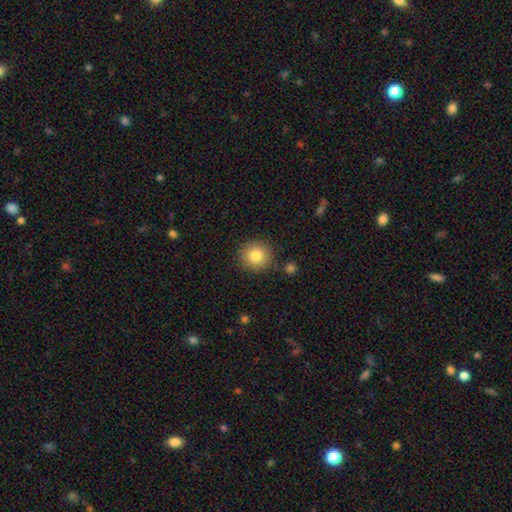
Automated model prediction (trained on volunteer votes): Q: Smooth or featured?
A: smooth (82%); runner-up: star or artifact (9%)
Q: How rounded?
A: round (93%); runner-up: in between (6%)
Q: Merging?
A: none (87%); runner-up: minor disturbance (8%)